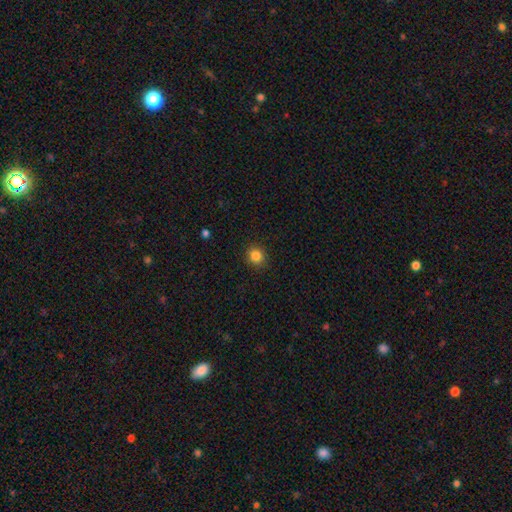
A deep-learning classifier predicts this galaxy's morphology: A smooth galaxy with no disk features (84%) that is round (86%).

Vote fractions:
- Smooth or featured? smooth: 84% / star or artifact: 11% / featured or disk: 5%
- How rounded? round: 86% / in between: 13% / cigar-shaped: 1%
- Merging? none: 91% / minor disturbance: 6% / major disturbance: 2% / merger: 1%